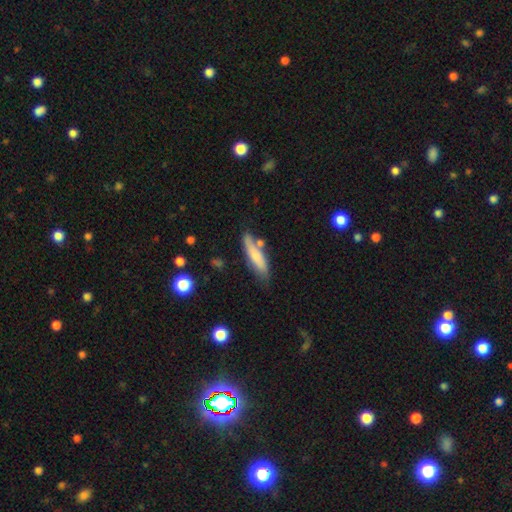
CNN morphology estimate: type=smooth (71%); roundness=cigar-shaped (69%); merging=none (61%).